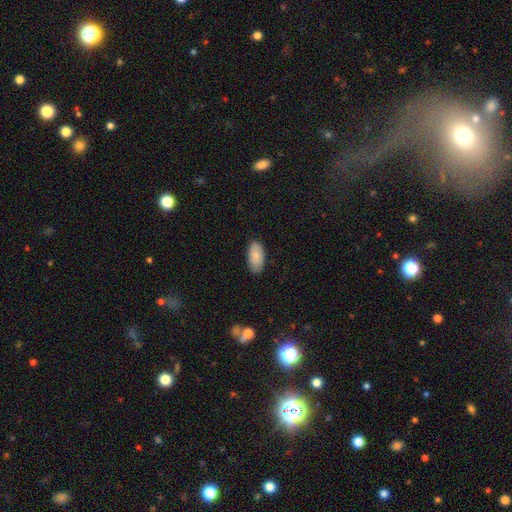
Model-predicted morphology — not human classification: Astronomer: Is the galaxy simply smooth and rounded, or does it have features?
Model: smooth — 87%.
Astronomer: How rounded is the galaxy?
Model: in between — 94%.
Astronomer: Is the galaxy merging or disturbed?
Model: none — 85%.